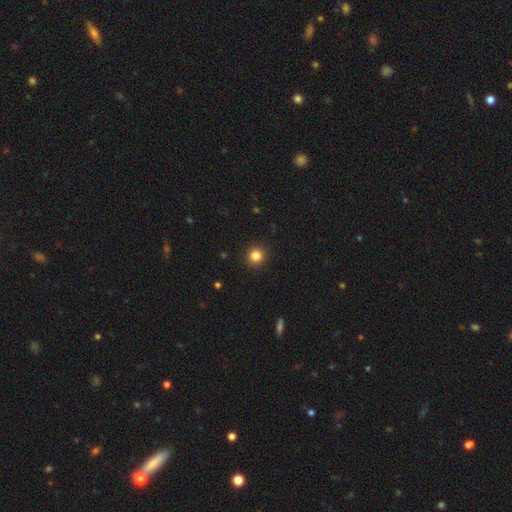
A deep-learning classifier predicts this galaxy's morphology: Smooth or featured? smooth (83%)
How rounded? round (95%)
Merging? none (93%)